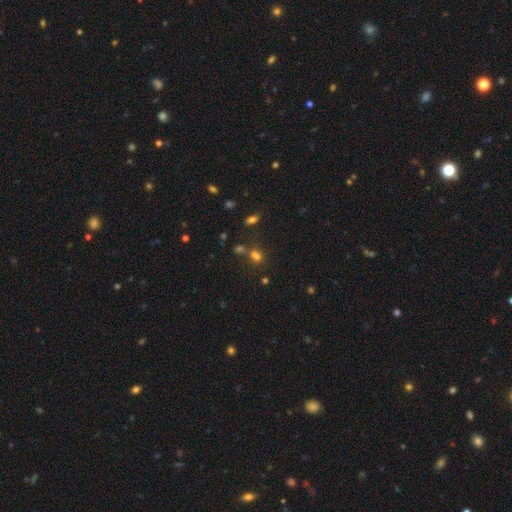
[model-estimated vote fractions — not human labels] Morphology: type=smooth (63%); roundness=in between (53%); merging=none (46%).